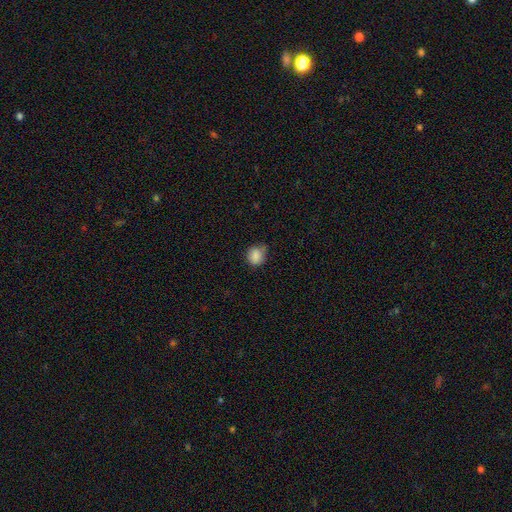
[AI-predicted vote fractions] Smooth or featured? smooth (85%)
How rounded? round (61%)
Merging? none (59%)